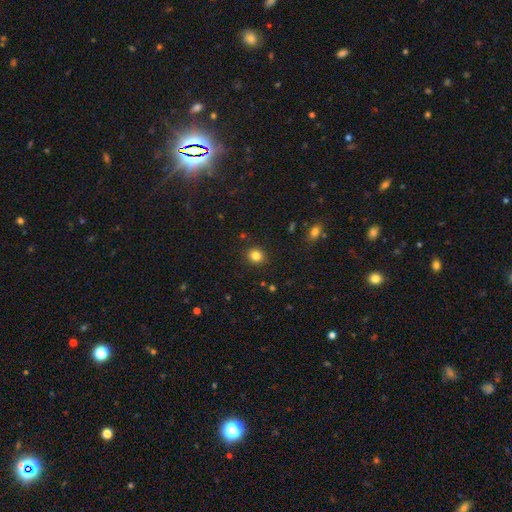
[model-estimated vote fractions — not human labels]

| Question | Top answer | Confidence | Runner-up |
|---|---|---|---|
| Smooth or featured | smooth | 82% | star or artifact (12%) |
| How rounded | round | 84% | in between (15%) |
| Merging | none | 90% | minor disturbance (7%) |